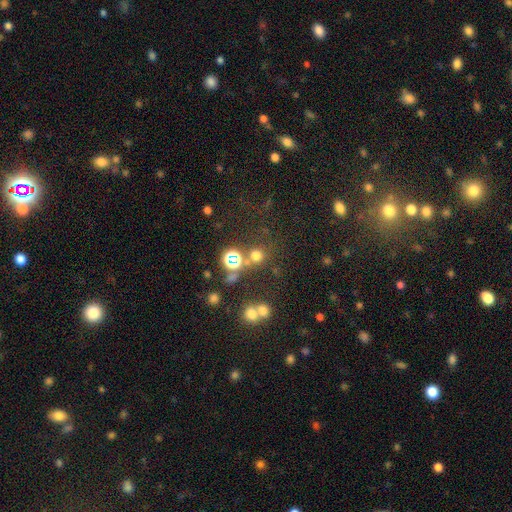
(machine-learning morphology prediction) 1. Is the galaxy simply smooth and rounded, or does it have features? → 64% smooth, 28% star or artifact, 8% featured or disk.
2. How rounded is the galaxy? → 90% round, 9% in between, 1% cigar-shaped.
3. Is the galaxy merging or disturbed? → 68% none, 18% merger, 9% minor disturbance, 5% major disturbance.